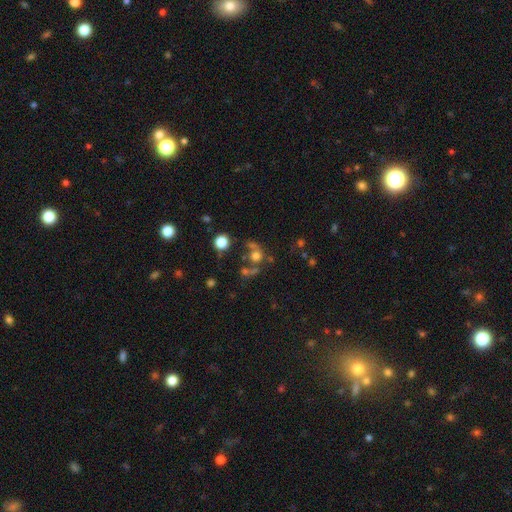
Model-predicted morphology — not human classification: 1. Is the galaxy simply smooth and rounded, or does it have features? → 59% smooth, 22% star or artifact, 19% featured or disk.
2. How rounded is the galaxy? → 82% round, 17% in between, 1% cigar-shaped.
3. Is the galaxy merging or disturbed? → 43% none, 31% merger, 15% major disturbance, 12% minor disturbance.